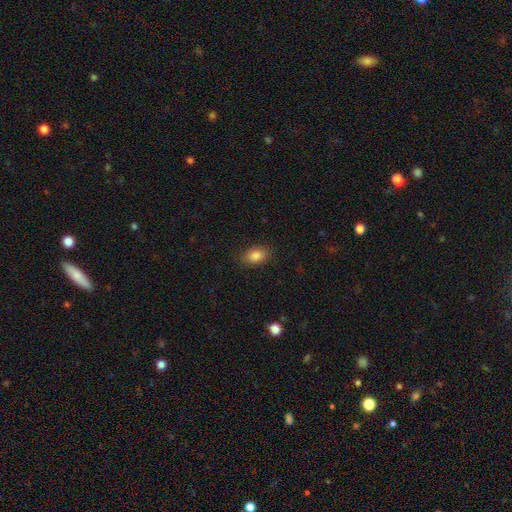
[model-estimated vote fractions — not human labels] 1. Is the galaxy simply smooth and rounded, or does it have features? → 85% smooth, 9% star or artifact, 6% featured or disk.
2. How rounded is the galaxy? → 82% in between, 16% round, 2% cigar-shaped.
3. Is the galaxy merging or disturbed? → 86% none, 10% minor disturbance, 3% major disturbance, 1% merger.